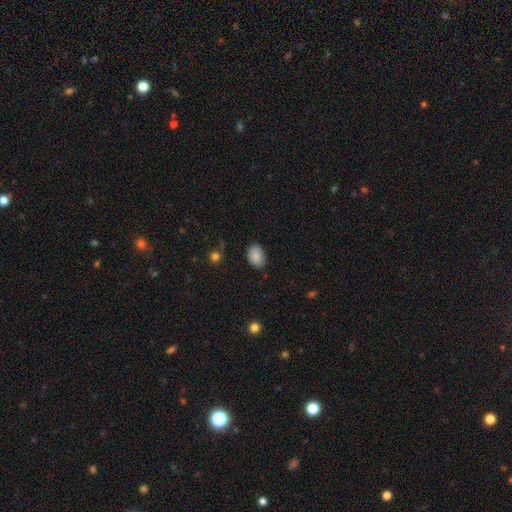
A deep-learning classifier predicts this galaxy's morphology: Smooth or featured? smooth (87%)
How rounded? in between (81%)
Merging? none (82%)